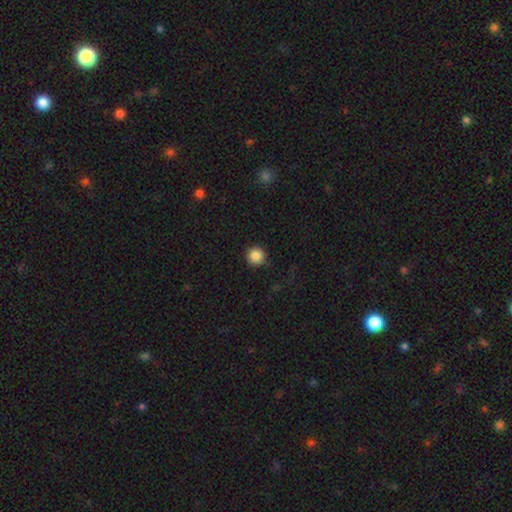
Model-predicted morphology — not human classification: Smooth or featured?
  - smooth: 86% *
  - star or artifact: 10%
  - featured or disk: 4%
How rounded?
  - round: 95% *
  - in between: 4%
  - cigar-shaped: 1%
Merging?
  - none: 90% *
  - minor disturbance: 7%
  - major disturbance: 2%
  - merger: 1%